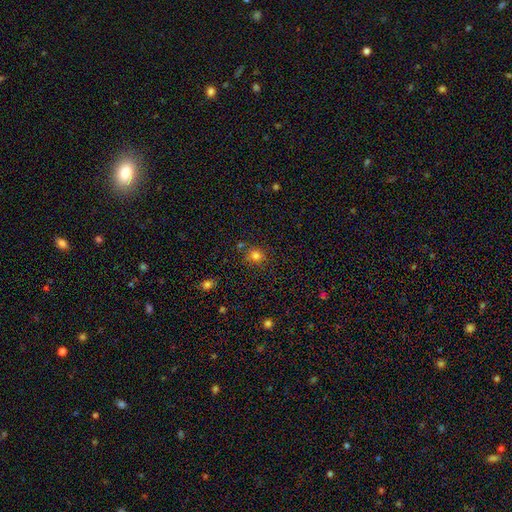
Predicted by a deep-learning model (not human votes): Smooth or featured: smooth — 79% (star or artifact — 15%)
How rounded: round — 80% (in between — 19%)
Merging: none — 72% (minor disturbance — 14%)